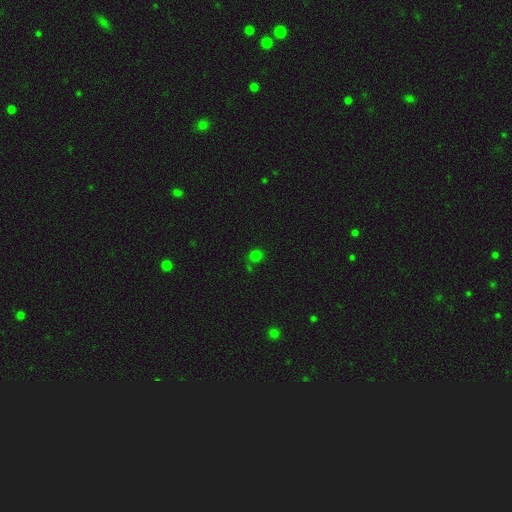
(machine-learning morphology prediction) smooth_or_featured: smooth (p=0.69) [alt: star or artifact p=0.26]
how_rounded: round (p=0.86) [alt: in between p=0.13]
merging: none (p=0.78) [alt: minor disturbance p=0.12]